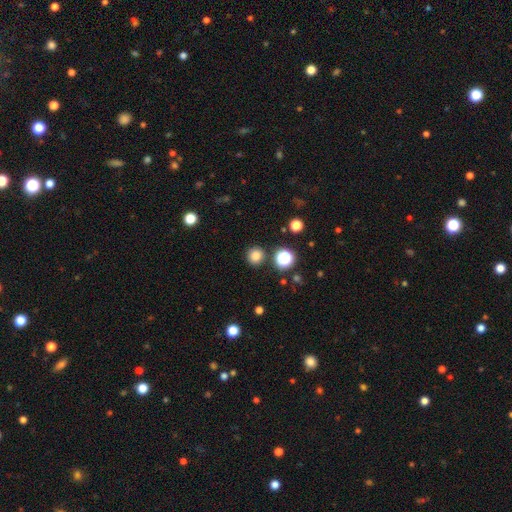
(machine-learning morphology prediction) type=smooth (81%); roundness=round (94%); merging=none (89%).